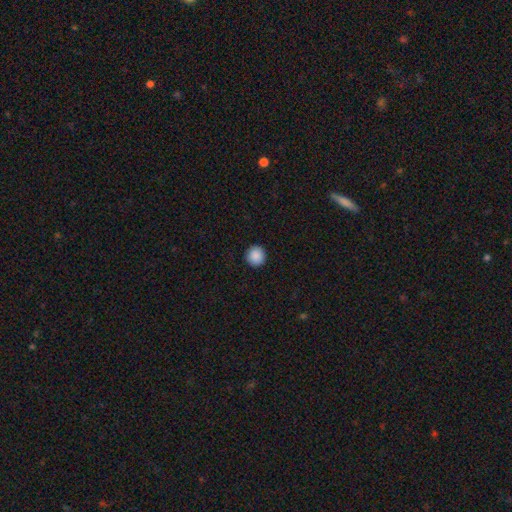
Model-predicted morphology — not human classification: A smooth galaxy with no disk features (89%) that is round (95%).

Vote fractions:
- Smooth or featured? smooth: 89% / star or artifact: 8% / featured or disk: 3%
- How rounded? round: 95% / in between: 4% / cigar-shaped: 1%
- Merging? none: 93% / minor disturbance: 5% / major disturbance: 2% / merger: 1%